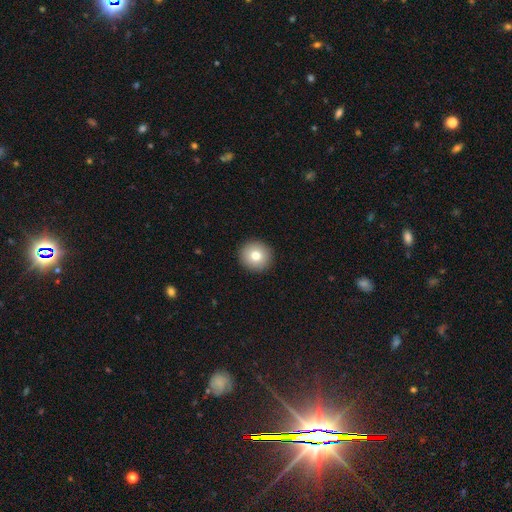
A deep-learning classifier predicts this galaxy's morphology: A smooth galaxy with no disk features (78%) that is round (94%). Merging: none (93%).